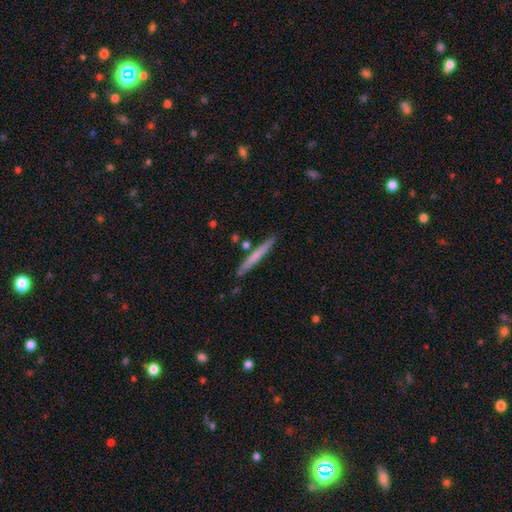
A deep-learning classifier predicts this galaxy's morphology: smooth_or_featured: smooth (p=0.61) [alt: featured or disk p=0.34]
how_rounded: cigar-shaped (p=0.97) [alt: in between p=0.02]
merging: none (p=0.86) [alt: minor disturbance p=0.09]